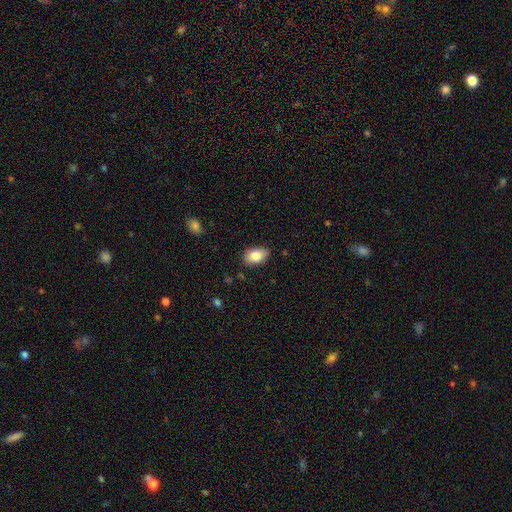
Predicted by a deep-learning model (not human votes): This appears to be a smooth galaxy with no disk features (83%) that is in between round and cigar-shaped (88%). Merging: none (82%).